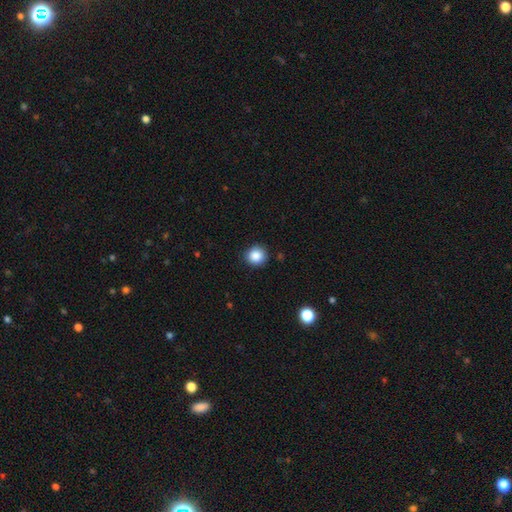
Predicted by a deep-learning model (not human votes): smooth_or_featured: smooth (p=0.86) [alt: star or artifact p=0.10]
how_rounded: round (p=0.92) [alt: in between p=0.07]
merging: none (p=0.89) [alt: minor disturbance p=0.08]